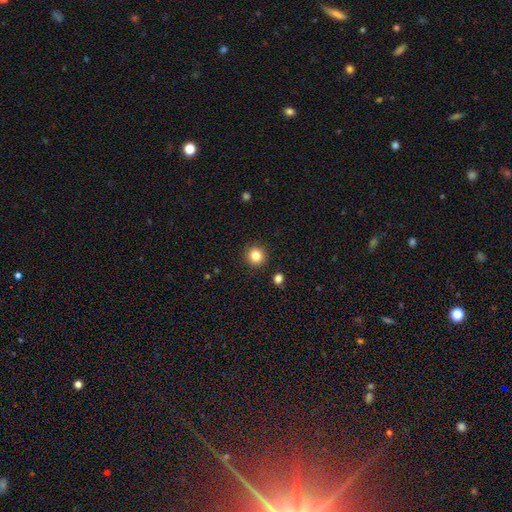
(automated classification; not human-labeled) Morphology: type=smooth (84%); roundness=round (94%); merging=none (91%).